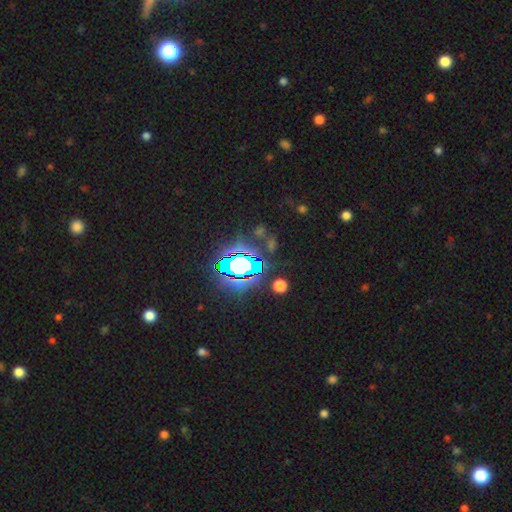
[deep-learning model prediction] The model was most divided on "smooth or featured": star or artifact: 84%, smooth: 9%, featured or disk: 7%.